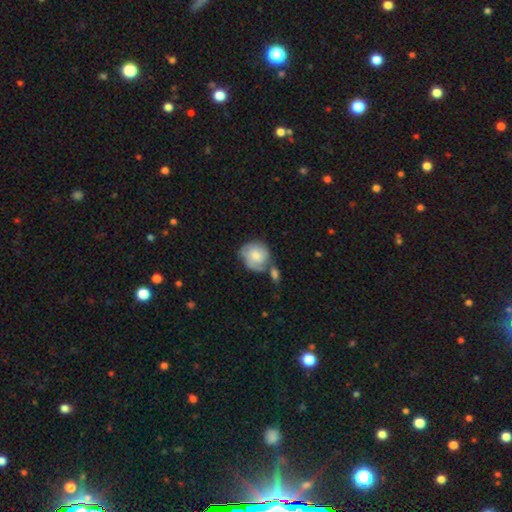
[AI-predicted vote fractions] The model was most divided on "merging": none: 36%, merger: 34%, minor disturbance: 20%, major disturbance: 10%. More confident: how rounded — round (78%); smooth or featured — smooth (57%).